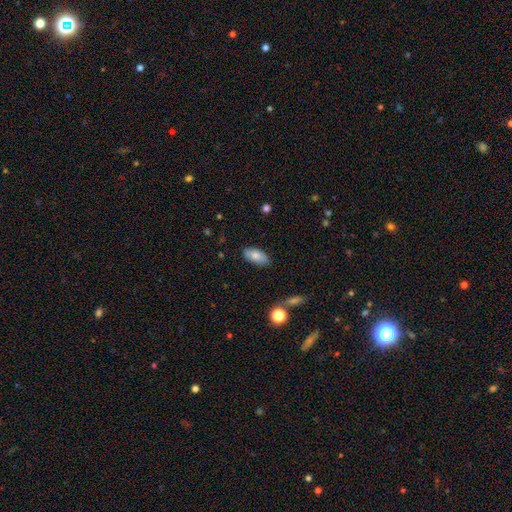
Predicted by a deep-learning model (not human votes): smooth-or-featured: smooth: 80% | featured or disk: 13% | star or artifact: 7%
  how-rounded: in between: 91% | cigar-shaped: 6% | round: 3%
  merging: none: 84% | minor disturbance: 12% | major disturbance: 2% | merger: 2%